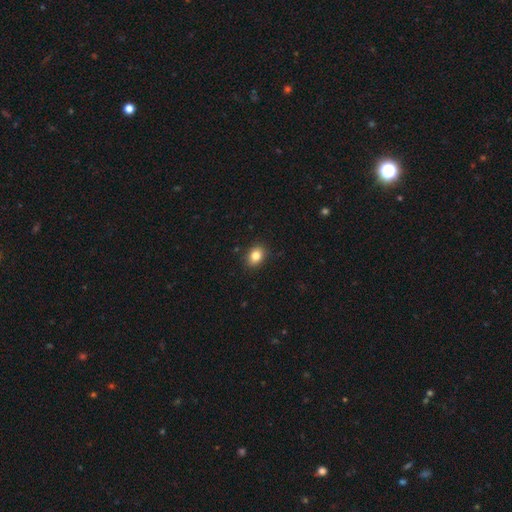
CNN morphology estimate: This is clearly a smooth galaxy (83%). How rounded: likely in between (66%). Merging: clearly none (88%).